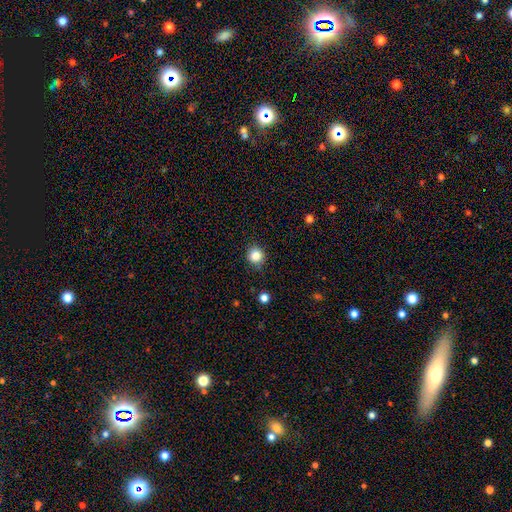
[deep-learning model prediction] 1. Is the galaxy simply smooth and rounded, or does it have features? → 84% smooth, 11% star or artifact, 5% featured or disk.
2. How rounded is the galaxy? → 90% round, 10% in between, 1% cigar-shaped.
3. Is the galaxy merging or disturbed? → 88% none, 8% minor disturbance, 2% major disturbance, 1% merger.